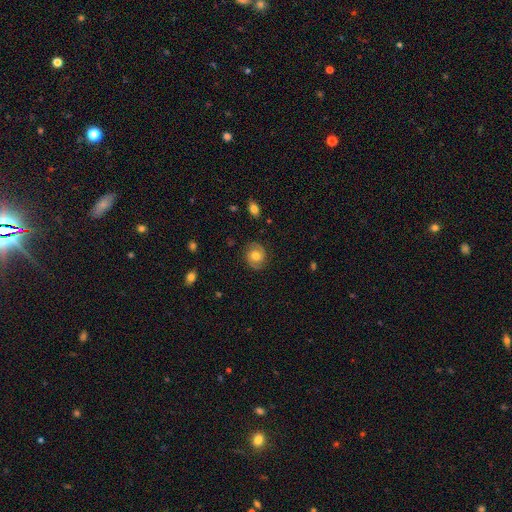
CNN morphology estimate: Smooth or featured? Predicted: featured or disk (p=0.59). Edge-on disk? Predicted: no (p=0.97). Bar? Predicted: no (p=0.69). Spiral arms? Predicted: yes (p=0.88). Spiral winding? Predicted: medium (p=0.45). Spiral arm count? Predicted: 2 (p=0.89). Bulge size? Predicted: moderate (p=0.71). Merging? Predicted: none (p=0.85).